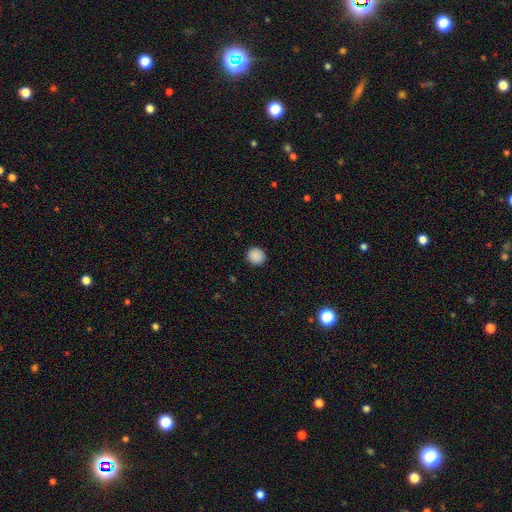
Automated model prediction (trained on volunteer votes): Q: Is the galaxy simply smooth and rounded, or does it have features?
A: smooth — 89%.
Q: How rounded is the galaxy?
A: round — 93%.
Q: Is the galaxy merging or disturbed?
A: none — 92%.